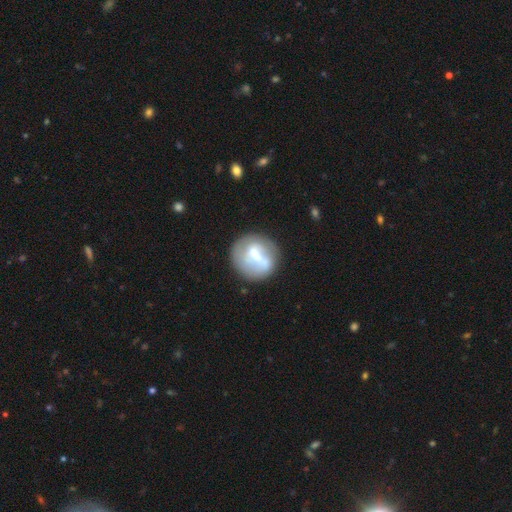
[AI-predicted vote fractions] This appears to be a smooth galaxy with no disk features (47%). Merging: none (65%).